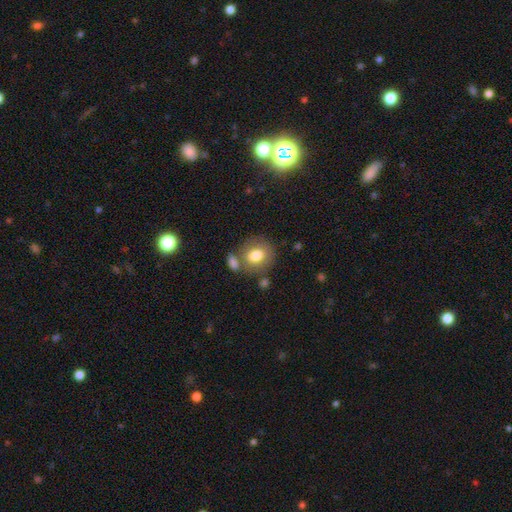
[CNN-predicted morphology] A smooth galaxy with no disk features (77%) that is round (64%). Merging: none (65%).